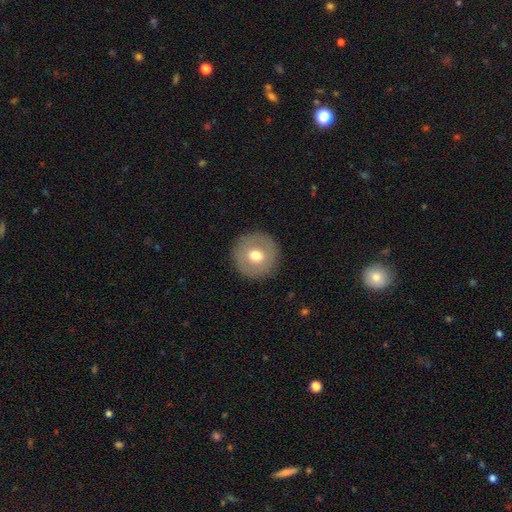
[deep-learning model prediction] Smooth or featured: smooth — 60% (featured or disk — 32%)
How rounded: round — 95% (in between — 4%)
Merging: none — 89% (minor disturbance — 7%)